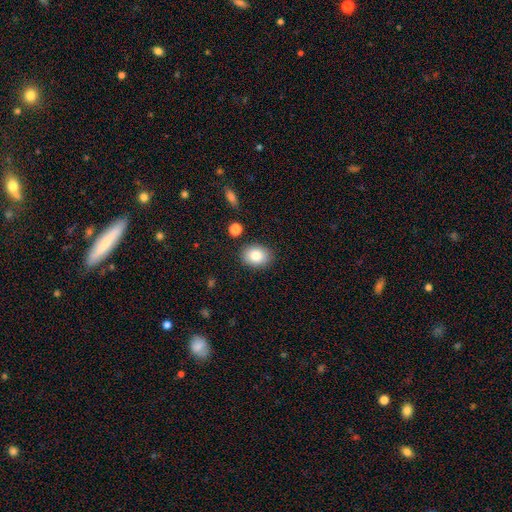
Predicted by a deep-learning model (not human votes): This appears to be a smooth galaxy with no disk features (83%) that is in between round and cigar-shaped (60%). Merging: none (86%).